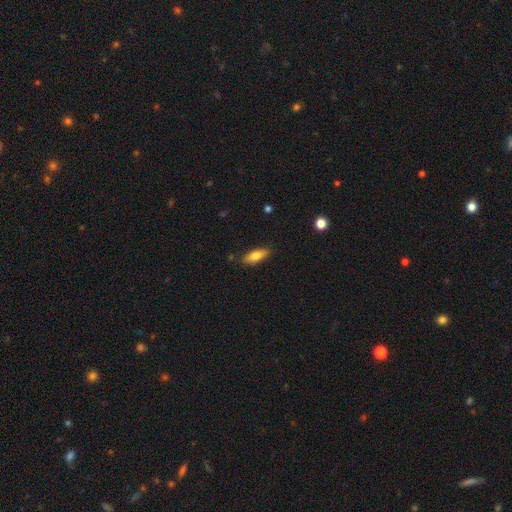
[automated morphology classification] This appears to be a smooth galaxy with no disk features (75%) that is in between round and cigar-shaped (65%). Merging: none (84%).